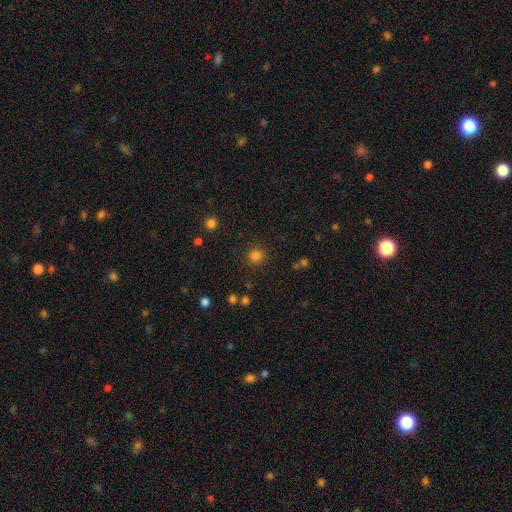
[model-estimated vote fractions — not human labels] Smooth or featured? smooth (81%)
How rounded? round (90%)
Merging? none (87%)